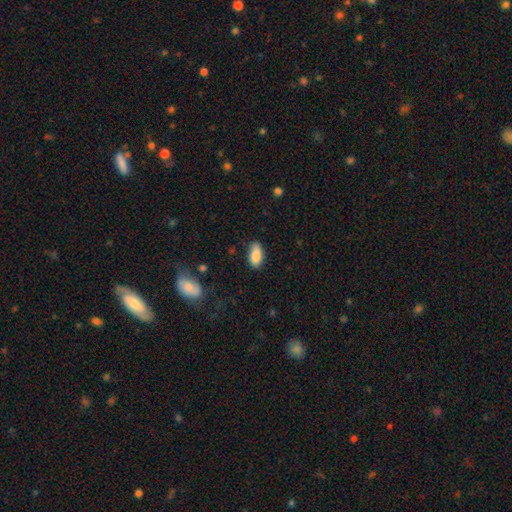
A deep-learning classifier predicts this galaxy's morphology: smooth_or_featured: smooth (p=0.86) [alt: featured or disk p=0.07]
how_rounded: in between (p=0.91) [alt: cigar-shaped p=0.05]
merging: none (p=0.77) [alt: minor disturbance p=0.18]